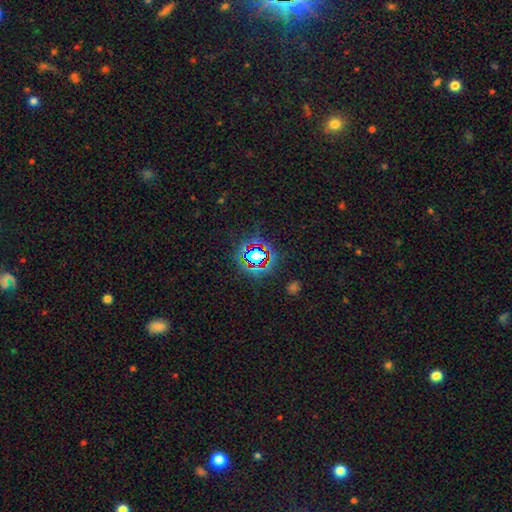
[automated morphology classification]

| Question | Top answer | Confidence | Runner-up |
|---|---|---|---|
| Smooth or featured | star or artifact | 66% | smooth (23%) |